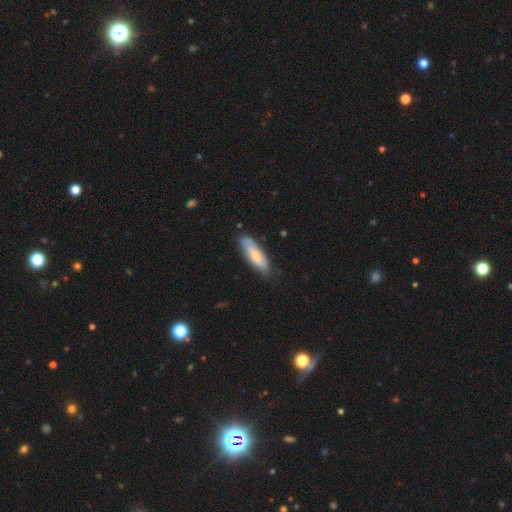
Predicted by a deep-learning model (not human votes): The model was most divided on "how rounded": in between: 50%, cigar-shaped: 48%, round: 2%. More confident: merging — none (75%); smooth or featured — smooth (65%).